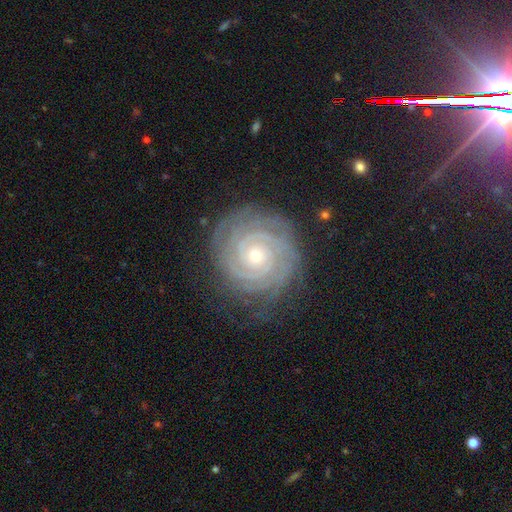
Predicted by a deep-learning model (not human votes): featured or disk 89%, star or artifact 6%, smooth 5%. Down the decision tree: edge-on disk — no (98%); bar — no (78%); spiral arms — yes (98%); spiral arm count — 2 (28%); spiral winding — tight (89%); bulge size — small (70%); merging — none (81%).